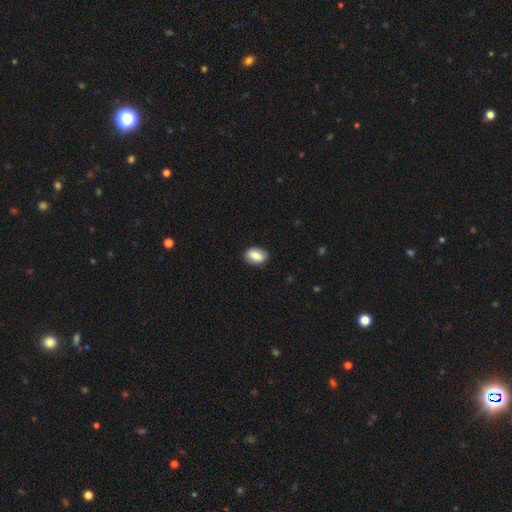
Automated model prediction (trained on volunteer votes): Overall: smooth (80%). How rounded: in between (81%). Merging: none (86%).